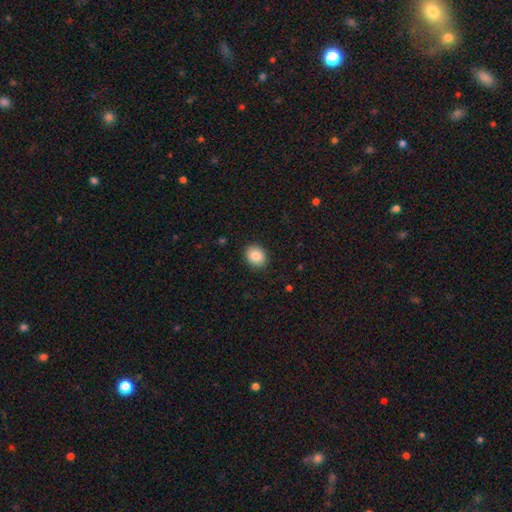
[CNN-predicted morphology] A smooth galaxy with no disk features (86%) that is round (56%).

Vote fractions:
- Smooth or featured? smooth: 86% / star or artifact: 8% / featured or disk: 5%
- How rounded? round: 56% / in between: 44% / cigar-shaped: 1%
- Merging? none: 90% / minor disturbance: 7% / major disturbance: 2% / merger: 1%